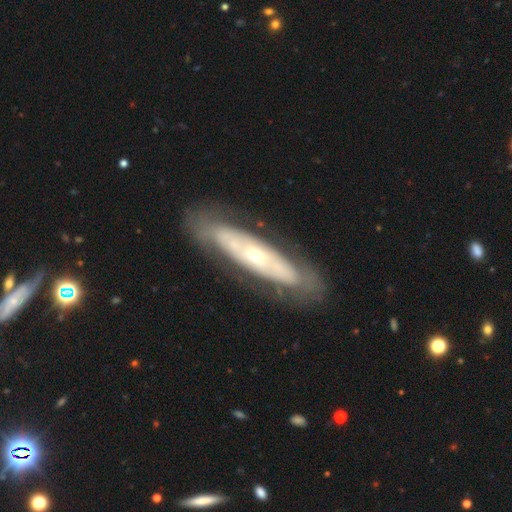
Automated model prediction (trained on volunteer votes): Q: Smooth or featured?
A: featured or disk (68%); runner-up: smooth (26%)
Q: Edge-on disk?
A: no (71%); runner-up: yes (29%)
Q: Merging?
A: none (78%); runner-up: minor disturbance (14%)